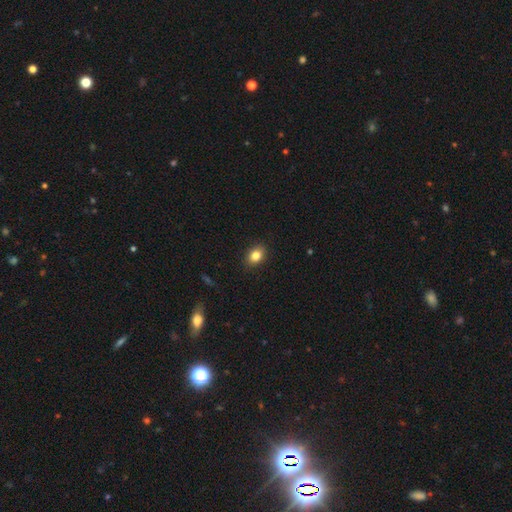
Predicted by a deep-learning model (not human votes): Q: Smooth or featured?
A: smooth (83%); runner-up: star or artifact (10%)
Q: How rounded?
A: in between (65%); runner-up: round (33%)
Q: Merging?
A: none (89%); runner-up: minor disturbance (8%)